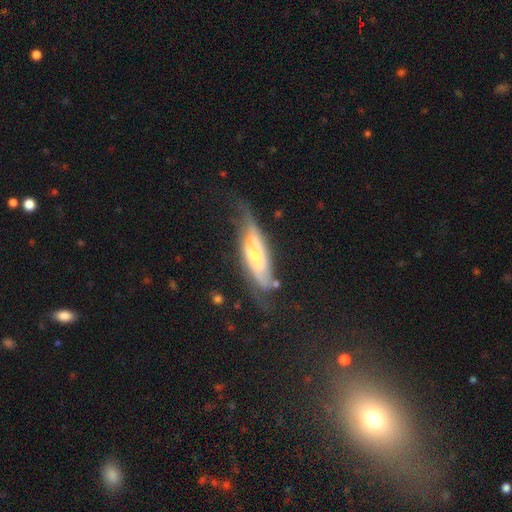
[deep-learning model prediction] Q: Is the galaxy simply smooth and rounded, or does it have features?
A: featured or disk — 63%.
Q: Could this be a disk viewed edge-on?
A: no — 57%.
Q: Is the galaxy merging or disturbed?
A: none — 49%.